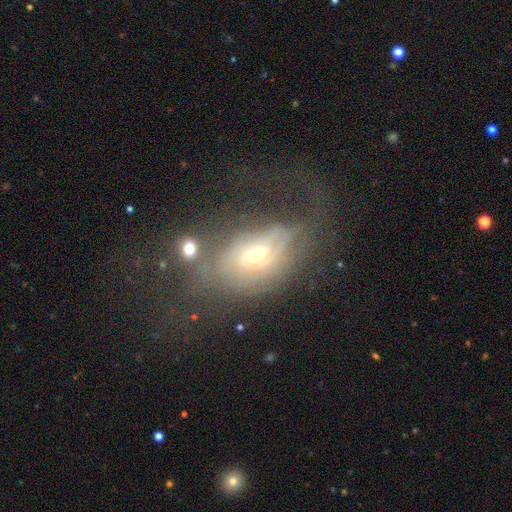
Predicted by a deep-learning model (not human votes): The model was most divided on "smooth or featured": featured or disk: 54%, smooth: 33%, star or artifact: 13%. Remaining: edge-on disk — no (92%); merging — major disturbance (49%).